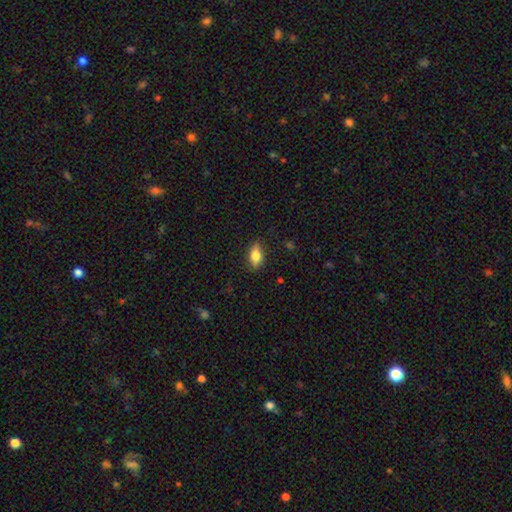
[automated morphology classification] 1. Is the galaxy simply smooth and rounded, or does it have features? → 80% smooth, 12% featured or disk, 7% star or artifact.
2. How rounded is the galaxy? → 87% in between, 7% round, 6% cigar-shaped.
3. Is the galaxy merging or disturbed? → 85% none, 12% minor disturbance, 2% major disturbance, 1% merger.